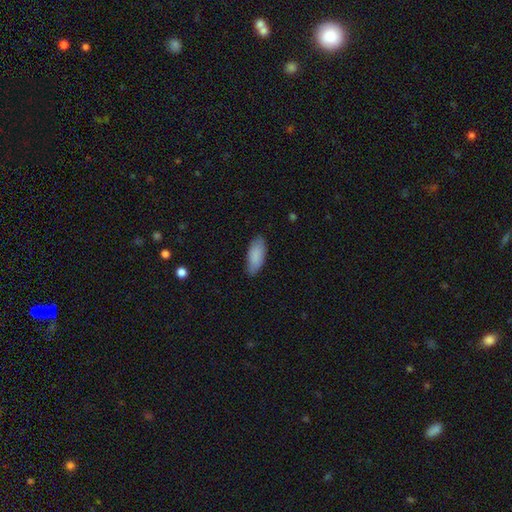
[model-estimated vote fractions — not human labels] smooth-or-featured: smooth: 87% | featured or disk: 7% | star or artifact: 6%
  how-rounded: in between: 84% | cigar-shaped: 15% | round: 2%
  merging: none: 80% | minor disturbance: 16% | major disturbance: 3% | merger: 1%